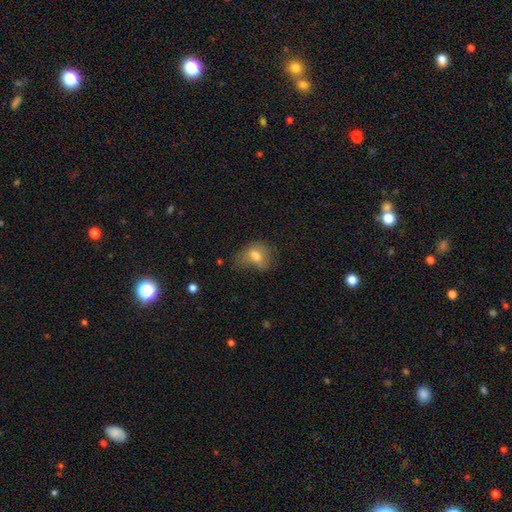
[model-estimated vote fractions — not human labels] smooth-or-featured: smooth: 68% | featured or disk: 21% | star or artifact: 11%
  how-rounded: in between: 70% | round: 28% | cigar-shaped: 2%
  merging: none: 34% | minor disturbance: 33% | major disturbance: 30% | merger: 3%